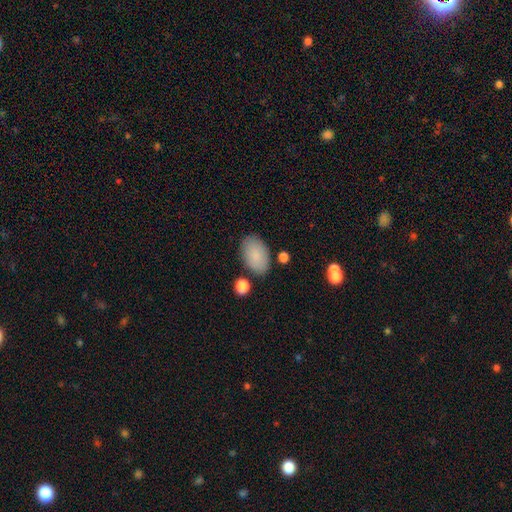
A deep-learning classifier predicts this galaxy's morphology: smooth-or-featured: smooth: 87% | star or artifact: 7% | featured or disk: 7%
  how-rounded: in between: 92% | round: 7% | cigar-shaped: 1%
  merging: none: 81% | minor disturbance: 12% | merger: 4% | major disturbance: 3%